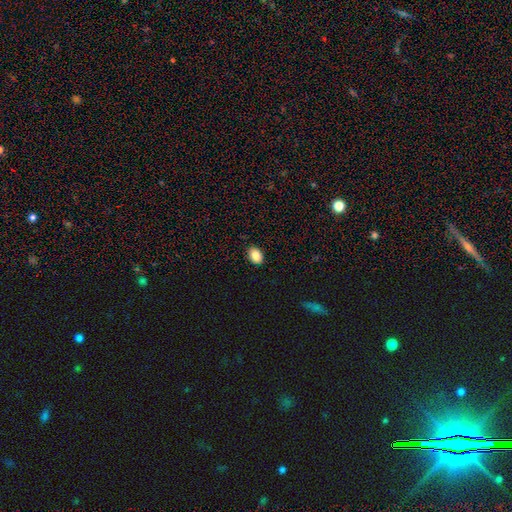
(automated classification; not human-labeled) This appears to be a smooth galaxy with no disk features (87%) that is in between round and cigar-shaped (76%). Merging: none (89%).